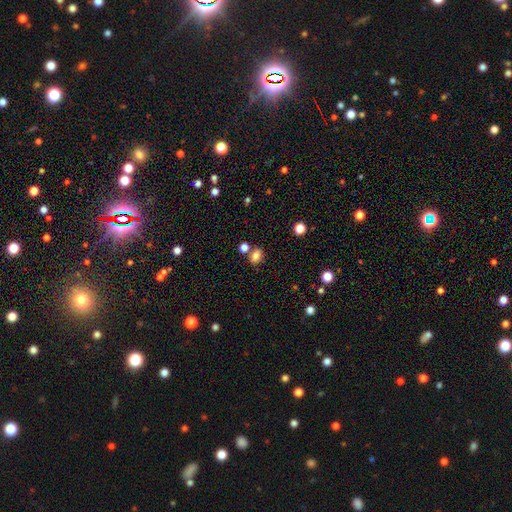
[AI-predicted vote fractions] smooth-or-featured: smooth: 81% | star or artifact: 12% | featured or disk: 7%
  how-rounded: in between: 70% | round: 29% | cigar-shaped: 2%
  merging: none: 71% | merger: 14% | minor disturbance: 11% | major disturbance: 4%